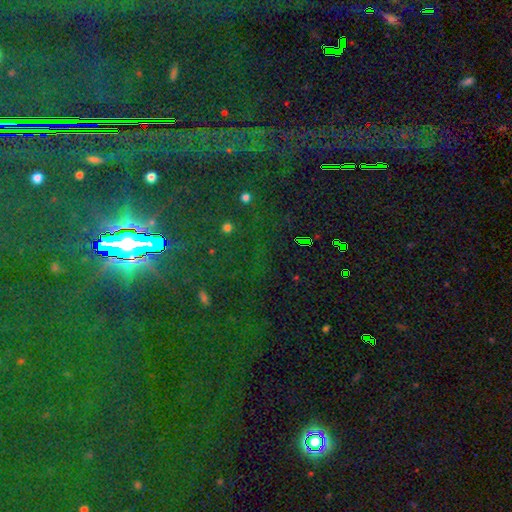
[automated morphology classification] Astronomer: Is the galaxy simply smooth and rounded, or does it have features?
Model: star or artifact — 87%.